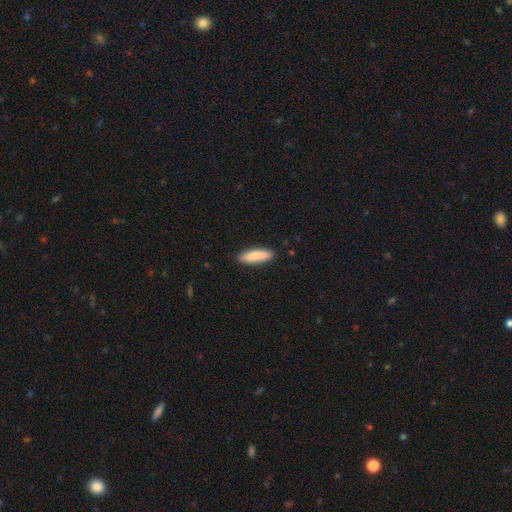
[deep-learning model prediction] smooth_or_featured: smooth (p=0.85) [alt: featured or disk p=0.10]
how_rounded: cigar-shaped (p=0.63) [alt: in between p=0.35]
merging: none (p=0.87) [alt: minor disturbance p=0.10]